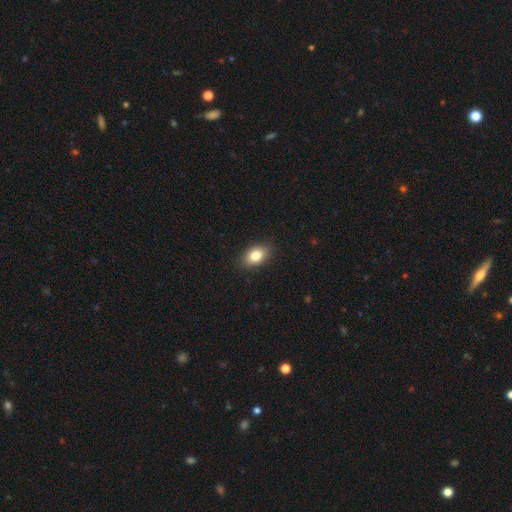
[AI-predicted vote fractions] A smooth galaxy with no disk features (82%) that is in between round and cigar-shaped (84%).

Vote fractions:
- Smooth or featured? smooth: 82% / featured or disk: 9% / star or artifact: 9%
- How rounded? in between: 84% / round: 14% / cigar-shaped: 2%
- Merging? none: 88% / minor disturbance: 9% / major disturbance: 2% / merger: 1%